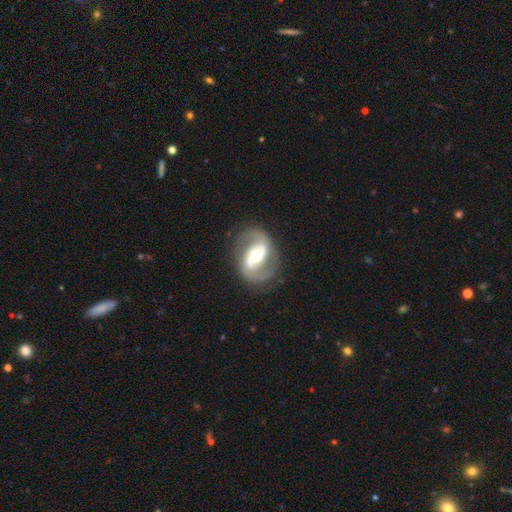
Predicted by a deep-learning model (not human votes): A featured or disk galaxy (86%) with a strong bar (40%), 2 (92%) medium (52%) spiral arms (91%) and a moderate central bulge (69%).

Vote fractions:
- Smooth or featured? featured or disk: 86% / smooth: 9% / star or artifact: 5%
- Edge-on disk? no: 97% / yes: 3%
- Bar? strong: 40% / weak: 34% / no: 25%
- Spiral arms? yes: 91% / no: 9%
- Spiral winding? medium: 52% / loose: 28% / tight: 20%
- Spiral arm count? 2: 92% / can't tell: 3% / 1: 2% / 3: 1% / 4: 1% / more than 4: 1%
- Bulge size? moderate: 69% / small: 15% / large: 14% / dominant: 1% / none: 1%
- Merging? none: 82% / minor disturbance: 11% / major disturbance: 6% / merger: 1%